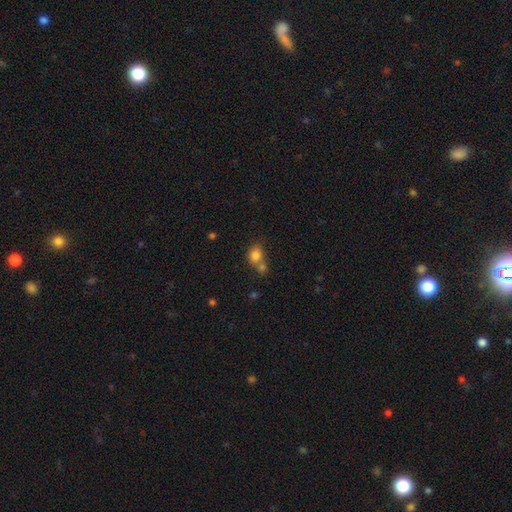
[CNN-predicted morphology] Overall: smooth (81%). How rounded: round (53%; in between 46%). Merging: merger (43%; none 41%).